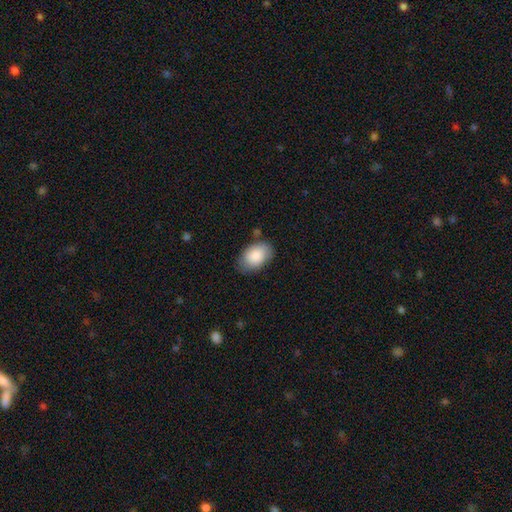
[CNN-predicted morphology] type=smooth (86%); roundness=in between (90%); merging=none (74%).